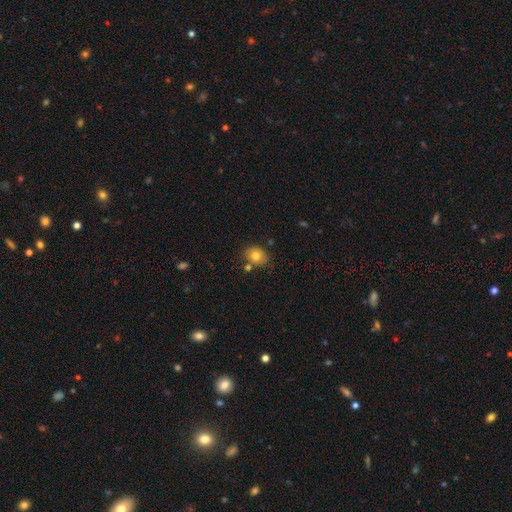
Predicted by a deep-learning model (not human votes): smooth_or_featured: smooth (p=0.79) [alt: featured or disk p=0.11]
how_rounded: round (p=0.53) [alt: in between p=0.46]
merging: none (p=0.73) [alt: minor disturbance p=0.14]